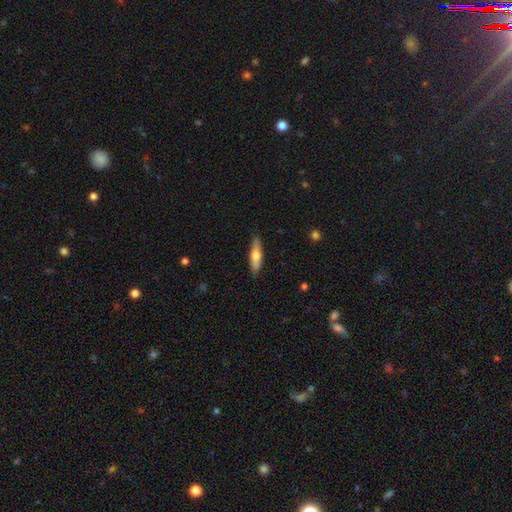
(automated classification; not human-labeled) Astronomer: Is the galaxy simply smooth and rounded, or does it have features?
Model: smooth — 61%.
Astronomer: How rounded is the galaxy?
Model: cigar-shaped — 68%.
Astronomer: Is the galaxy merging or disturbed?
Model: none — 88%.